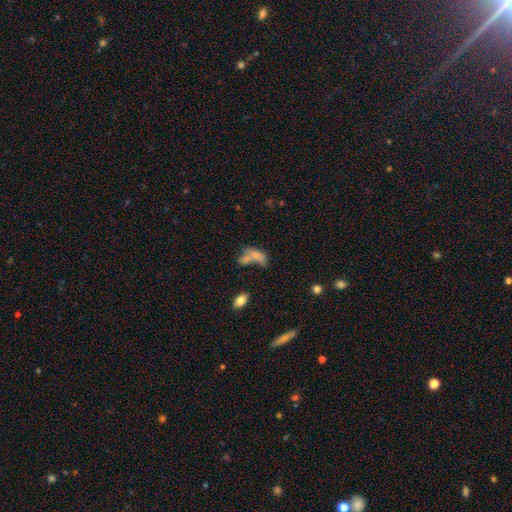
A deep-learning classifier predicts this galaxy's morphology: The model was most divided on "merging": merger: 44%, none: 23%, major disturbance: 20%, minor disturbance: 14%. More confident: how rounded — in between (83%); smooth or featured — smooth (64%).